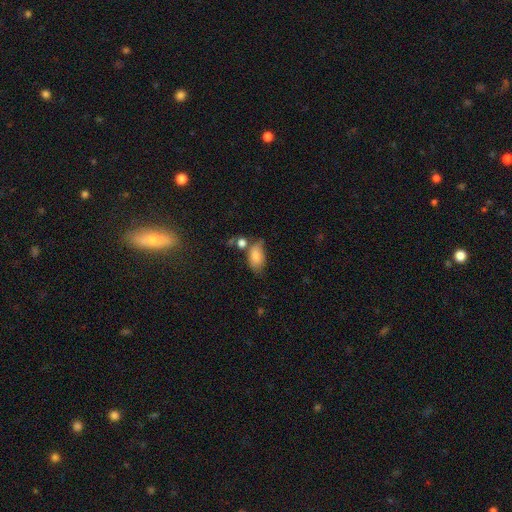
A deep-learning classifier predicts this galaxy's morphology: type=smooth (79%); roundness=in between (90%); merging=none (41%).